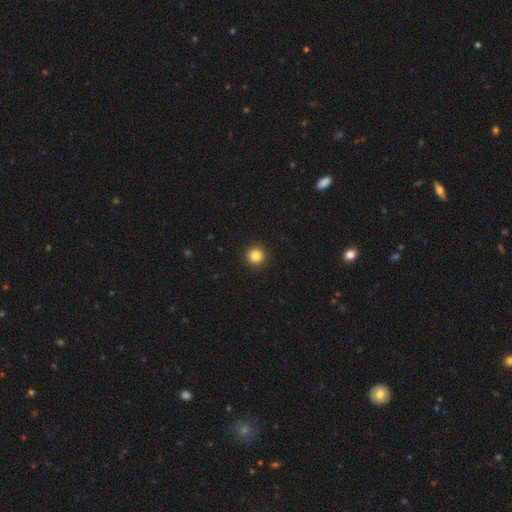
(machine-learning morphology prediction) Smooth or featured? smooth (84%)
How rounded? round (96%)
Merging? none (94%)